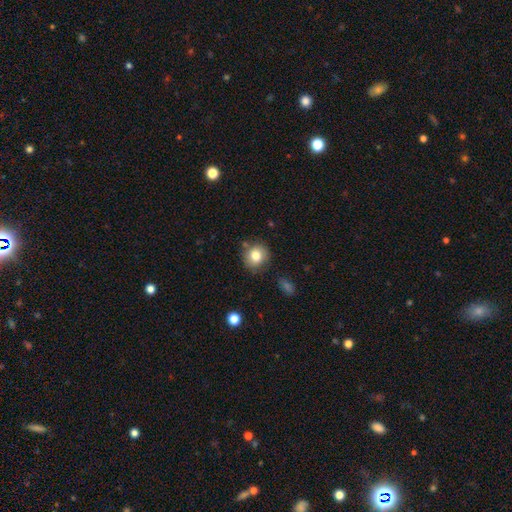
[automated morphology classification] Overall: smooth (79%). How rounded: round (84%). Merging: none (79%).